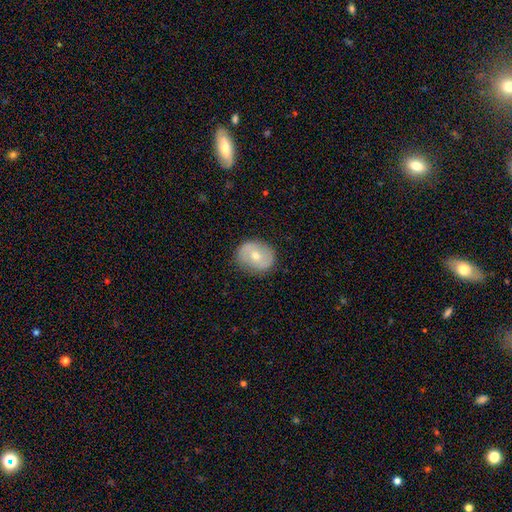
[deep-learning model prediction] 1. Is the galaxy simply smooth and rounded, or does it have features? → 47% smooth, 46% featured or disk, 7% star or artifact.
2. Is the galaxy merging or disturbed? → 83% none, 13% minor disturbance, 3% major disturbance, 1% merger.